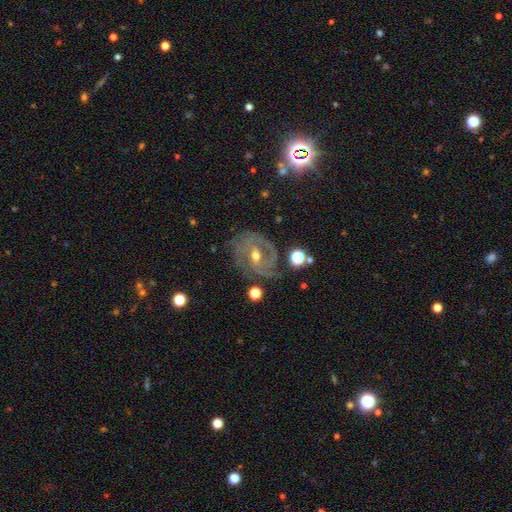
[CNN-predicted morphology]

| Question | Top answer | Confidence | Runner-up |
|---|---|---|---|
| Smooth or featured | featured or disk | 85% | star or artifact (8%) |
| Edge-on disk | no | 97% | yes (3%) |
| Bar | weak | 46% | no (35%) |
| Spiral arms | yes | 94% | no (6%) |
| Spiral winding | tight | 51% | medium (38%) |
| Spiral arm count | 2 | 30% | 3 (28%) |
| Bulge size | moderate | 62% | small (34%) |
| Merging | none | 67% | minor disturbance (19%) |